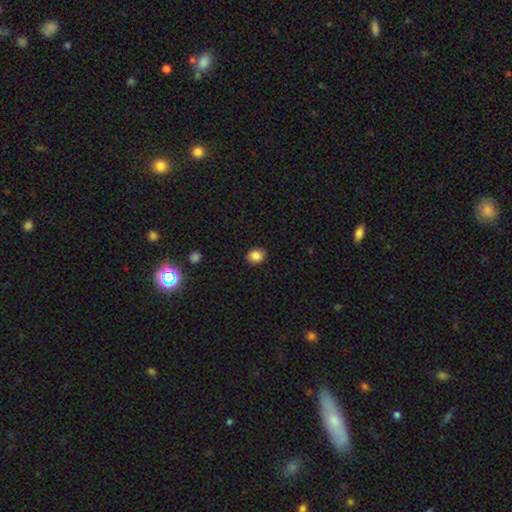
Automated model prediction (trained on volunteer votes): smooth_or_featured: smooth (p=0.86) [alt: star or artifact p=0.10]
how_rounded: round (p=0.63) [alt: in between p=0.36]
merging: none (p=0.89) [alt: minor disturbance p=0.08]